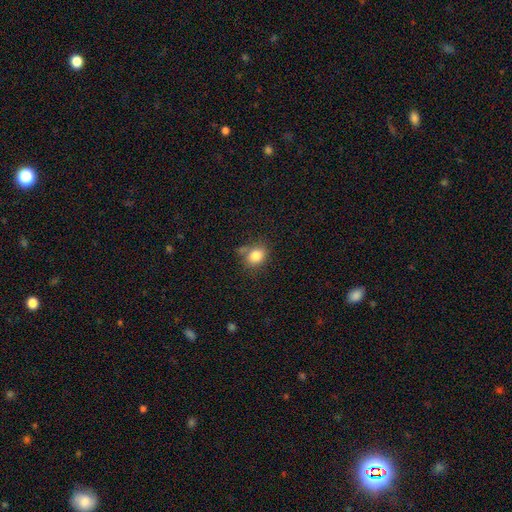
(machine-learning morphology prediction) Overall: smooth (83%). How rounded: round (56%; in between 43%). Merging: none (64%).